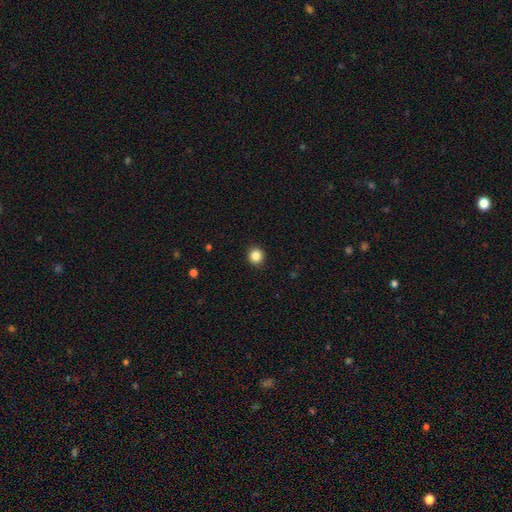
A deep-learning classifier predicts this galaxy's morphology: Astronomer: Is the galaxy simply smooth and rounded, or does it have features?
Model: smooth — 86%.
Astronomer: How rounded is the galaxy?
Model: round — 93%.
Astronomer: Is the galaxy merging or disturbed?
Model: none — 93%.